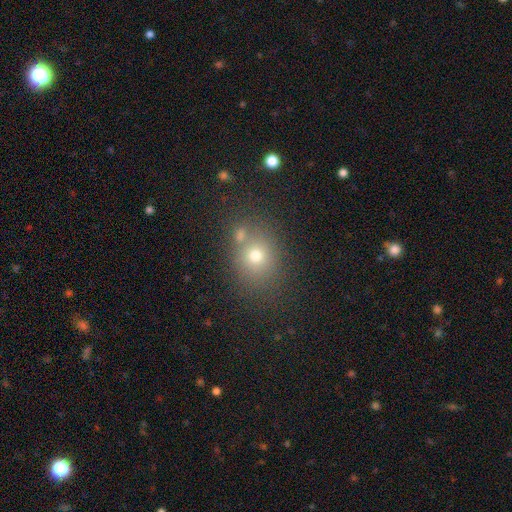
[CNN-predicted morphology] Smooth or featured?
  - smooth: 69% *
  - star or artifact: 18%
  - featured or disk: 13%
How rounded?
  - round: 65% *
  - in between: 34%
  - cigar-shaped: 1%
Merging?
  - none: 66% *
  - merger: 19%
  - minor disturbance: 11%
  - major disturbance: 4%